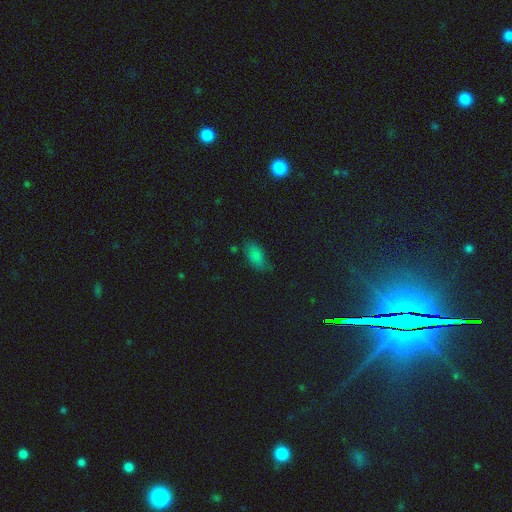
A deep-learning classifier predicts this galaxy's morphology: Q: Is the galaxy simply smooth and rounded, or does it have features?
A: smooth — 77%.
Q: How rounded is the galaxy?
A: in between — 91%.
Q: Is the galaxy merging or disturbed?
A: none — 64%.